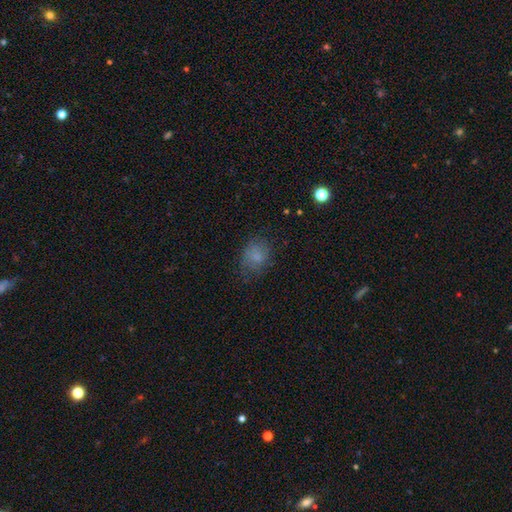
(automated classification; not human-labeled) smooth_or_featured: smooth (p=0.74) [alt: star or artifact p=0.13]
how_rounded: in between (p=0.52) [alt: round p=0.47]
merging: none (p=0.63) [alt: minor disturbance p=0.24]